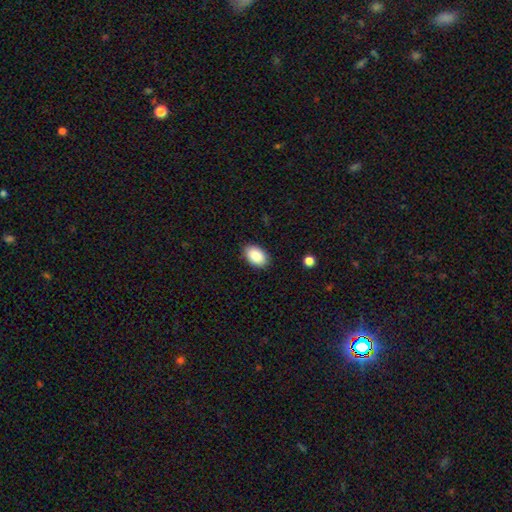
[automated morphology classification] smooth 88%, star or artifact 7%, featured or disk 5%. Down the decision tree: how rounded — in between (91%); merging — none (87%).